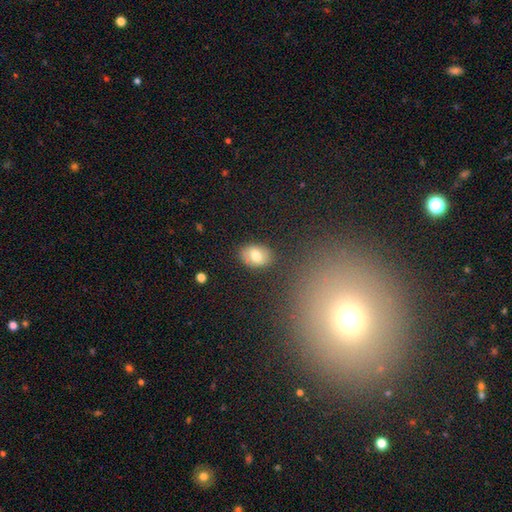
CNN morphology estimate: This is likely a smooth galaxy (74%). How rounded: likely in between (69%). Merging: clearly none (83%).